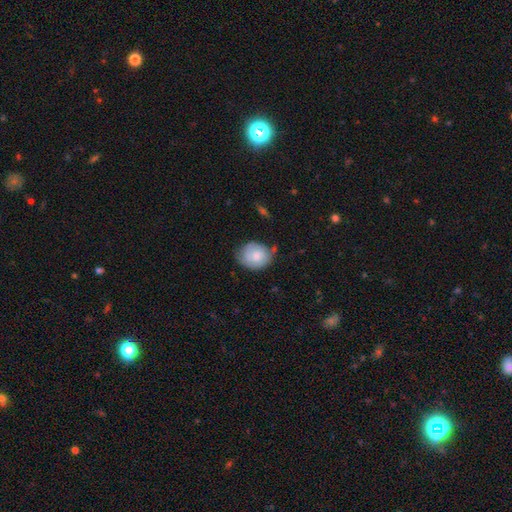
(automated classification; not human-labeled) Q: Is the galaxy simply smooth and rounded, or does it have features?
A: smooth — 63%.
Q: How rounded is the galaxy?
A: round — 59%.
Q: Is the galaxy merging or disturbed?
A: none — 56%.